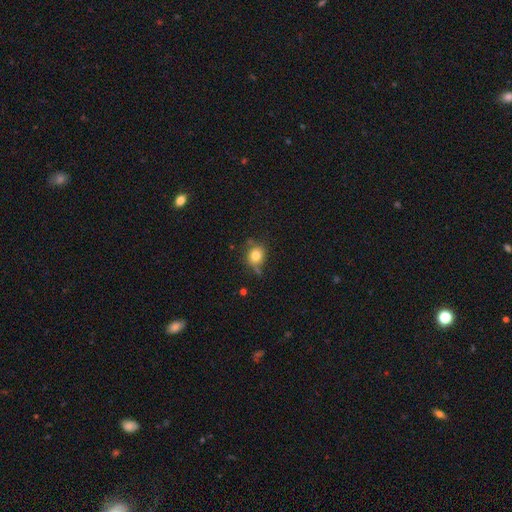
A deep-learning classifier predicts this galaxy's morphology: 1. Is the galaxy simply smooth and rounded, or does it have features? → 79% smooth, 11% star or artifact, 10% featured or disk.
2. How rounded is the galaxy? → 71% round, 28% in between, 1% cigar-shaped.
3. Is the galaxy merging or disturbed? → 63% none, 24% minor disturbance, 7% major disturbance, 5% merger.